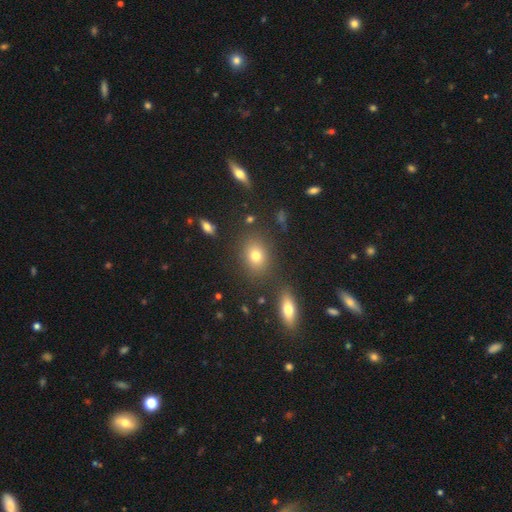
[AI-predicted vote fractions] This appears to be a smooth galaxy with no disk features (76%) that is round (49%, tied with in between). Merging: none (80%).